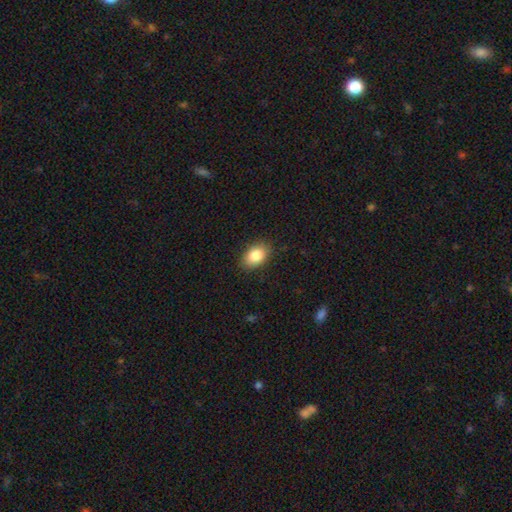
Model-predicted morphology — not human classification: Q: Smooth or featured?
A: smooth (85%); runner-up: star or artifact (8%)
Q: How rounded?
A: in between (83%); runner-up: round (16%)
Q: Merging?
A: none (87%); runner-up: minor disturbance (10%)